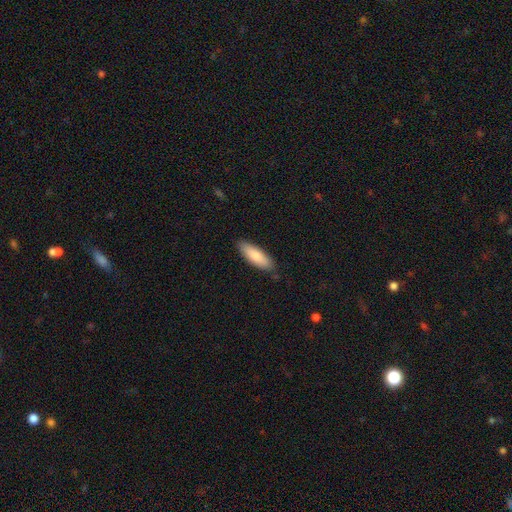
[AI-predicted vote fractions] Q: Smooth or featured?
A: smooth (82%); runner-up: featured or disk (12%)
Q: How rounded?
A: in between (55%); runner-up: cigar-shaped (44%)
Q: Merging?
A: none (85%); runner-up: minor disturbance (11%)